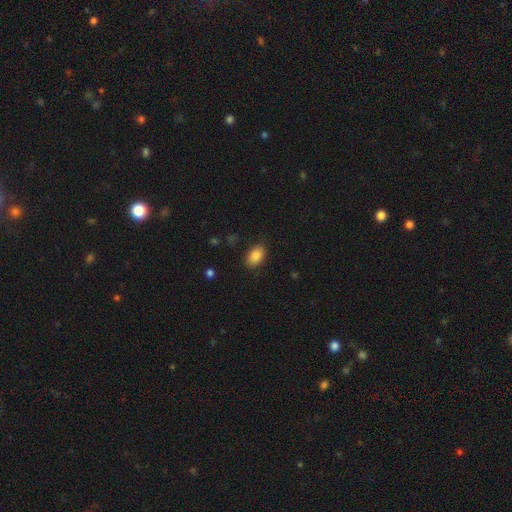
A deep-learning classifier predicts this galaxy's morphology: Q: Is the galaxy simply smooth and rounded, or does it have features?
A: smooth — 85%.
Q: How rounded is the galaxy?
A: in between — 90%.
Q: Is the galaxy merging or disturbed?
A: none — 86%.